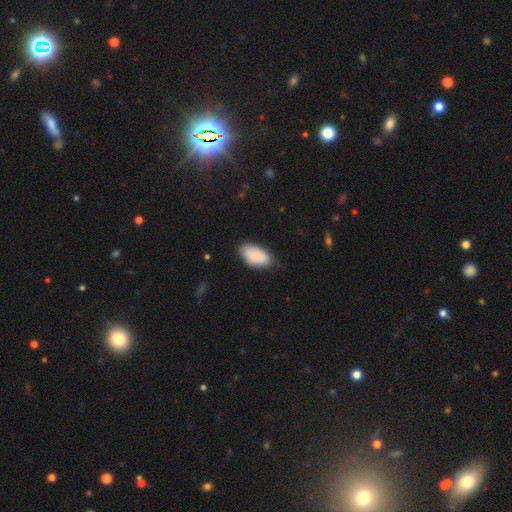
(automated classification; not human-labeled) A smooth galaxy with no disk features (86%) that is in between round and cigar-shaped (95%). Merging: none (71%).